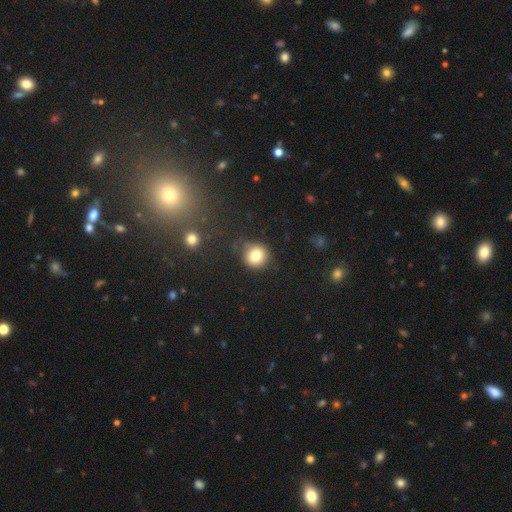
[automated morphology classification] The model was most divided on "merging": none: 78%, minor disturbance: 15%, major disturbance: 4%, merger: 3%. More confident: how rounded — round (88%); smooth or featured — smooth (81%).